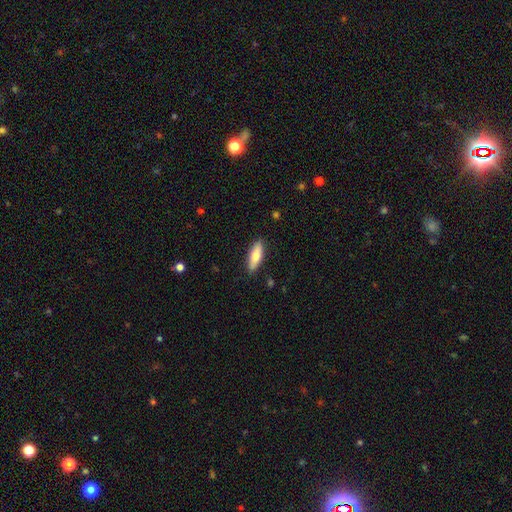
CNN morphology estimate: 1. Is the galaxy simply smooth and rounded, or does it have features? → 73% smooth, 21% featured or disk, 6% star or artifact.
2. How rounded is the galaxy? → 54% in between, 44% cigar-shaped, 2% round.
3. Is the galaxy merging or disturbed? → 87% none, 10% minor disturbance, 2% major disturbance, 1% merger.